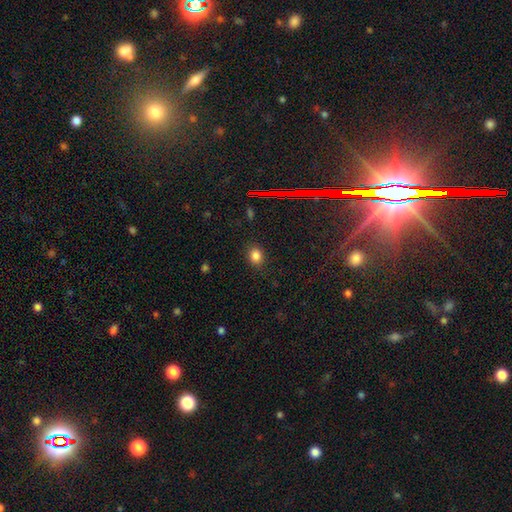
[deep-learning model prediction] A smooth galaxy with no disk features (81%) that is in between round and cigar-shaped (50%).

Vote fractions:
- Smooth or featured? smooth: 81% / star or artifact: 14% / featured or disk: 5%
- How rounded? in between: 50% / round: 49% / cigar-shaped: 1%
- Merging? none: 84% / minor disturbance: 11% / major disturbance: 4% / merger: 1%